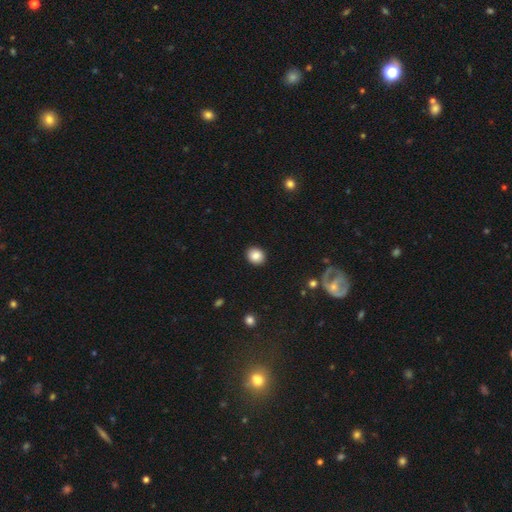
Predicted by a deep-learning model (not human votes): Smooth or featured? Predicted: smooth (p=0.87). How rounded? Predicted: round (p=0.69). Merging? Predicted: none (p=0.92).